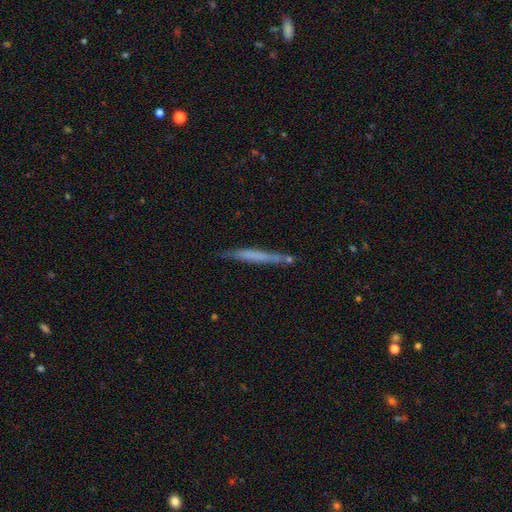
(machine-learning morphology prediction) Smooth or featured: smooth — 51% (featured or disk — 42%)
How rounded: cigar-shaped — 96% (in between — 2%)
Merging: none — 77% (minor disturbance — 15%)